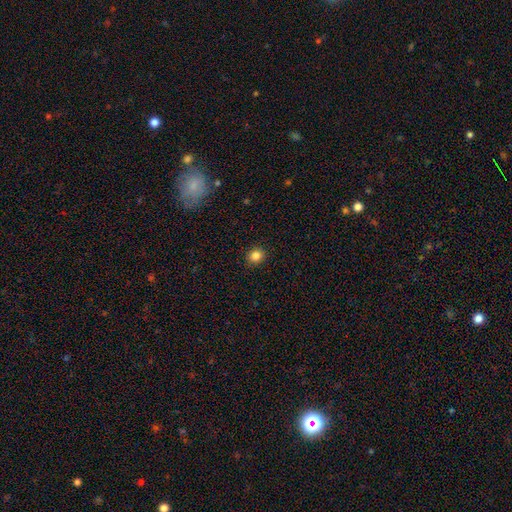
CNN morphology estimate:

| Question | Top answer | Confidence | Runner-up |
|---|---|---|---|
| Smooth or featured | smooth | 85% | star or artifact (11%) |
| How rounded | round | 81% | in between (18%) |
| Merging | none | 91% | minor disturbance (6%) |